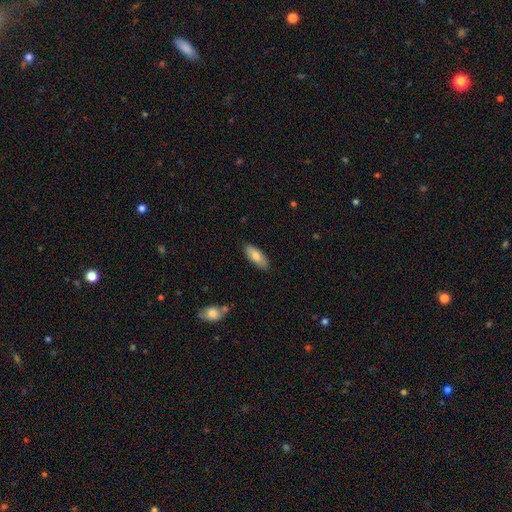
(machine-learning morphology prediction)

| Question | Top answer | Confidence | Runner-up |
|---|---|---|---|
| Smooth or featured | smooth | 74% | featured or disk (20%) |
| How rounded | in between | 80% | cigar-shaped (17%) |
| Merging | none | 87% | minor disturbance (10%) |